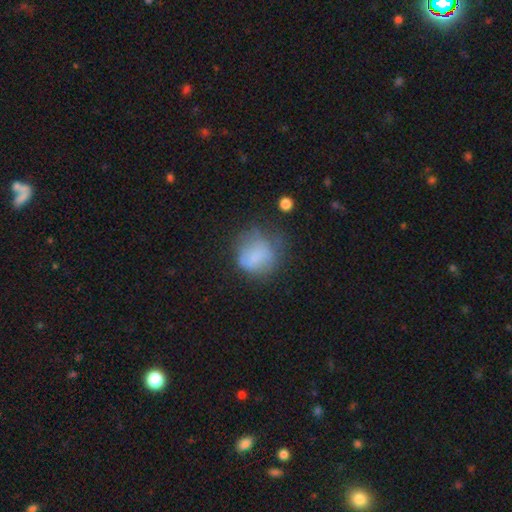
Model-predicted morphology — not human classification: Q: Smooth or featured?
A: smooth (66%); runner-up: featured or disk (23%)
Q: How rounded?
A: round (74%); runner-up: in between (25%)
Q: Merging?
A: none (42%); runner-up: minor disturbance (29%)